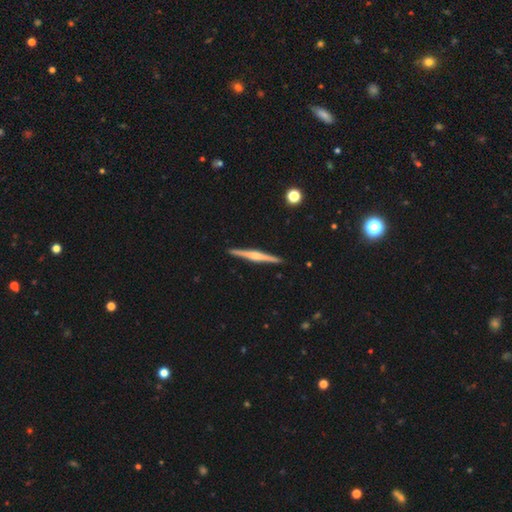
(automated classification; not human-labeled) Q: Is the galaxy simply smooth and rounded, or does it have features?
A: featured or disk — 74%.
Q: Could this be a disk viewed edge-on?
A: yes — 98%.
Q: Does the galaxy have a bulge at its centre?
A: rounded — 62%.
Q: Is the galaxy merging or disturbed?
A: none — 92%.